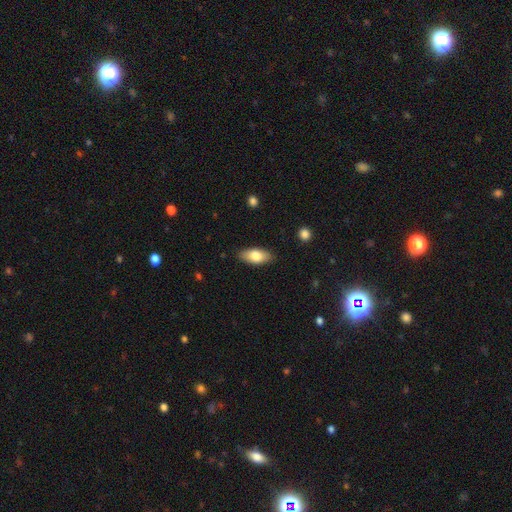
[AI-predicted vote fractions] Morphology: type=smooth (79%); roundness=in between (87%); merging=none (87%).